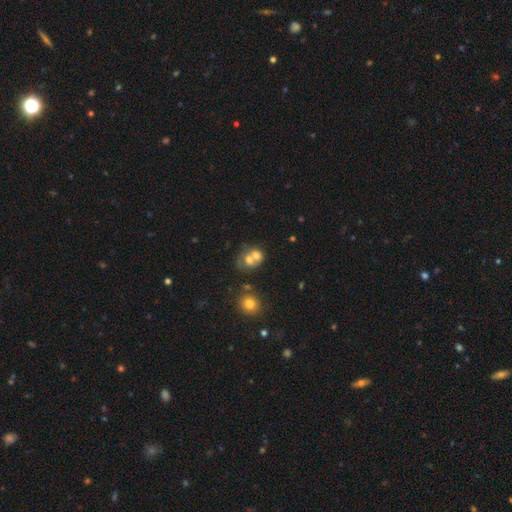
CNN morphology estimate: smooth-or-featured: smooth: 61% | featured or disk: 27% | star or artifact: 11%
  how-rounded: round: 62% | in between: 37% | cigar-shaped: 1%
  merging: merger: 64% | none: 23% | minor disturbance: 7% | major disturbance: 5%